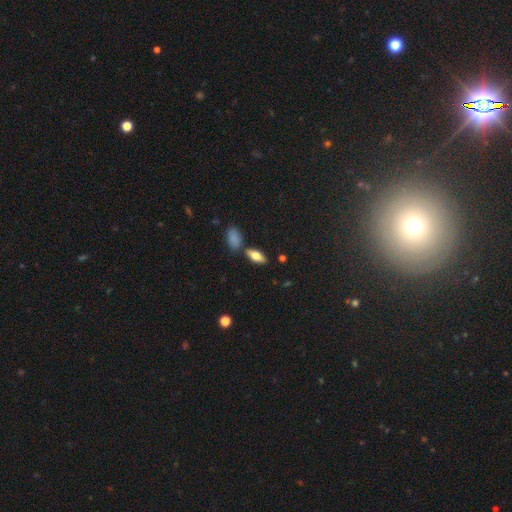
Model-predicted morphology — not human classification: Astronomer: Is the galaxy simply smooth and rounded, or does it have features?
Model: smooth — 68%.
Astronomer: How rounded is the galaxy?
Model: in between — 78%.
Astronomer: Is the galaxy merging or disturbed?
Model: none — 76%.